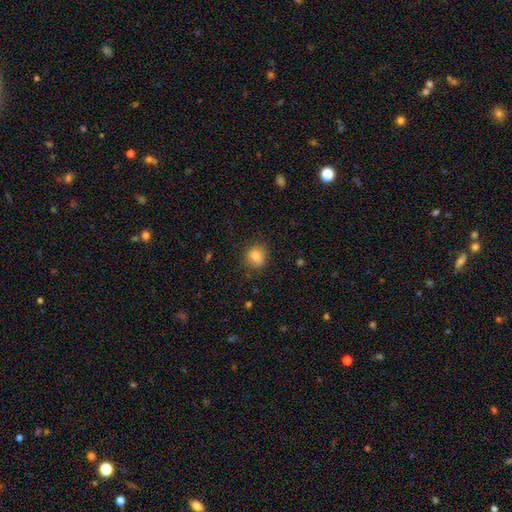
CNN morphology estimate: Overall: smooth (82%). How rounded: round (74%). Merging: none (77%).